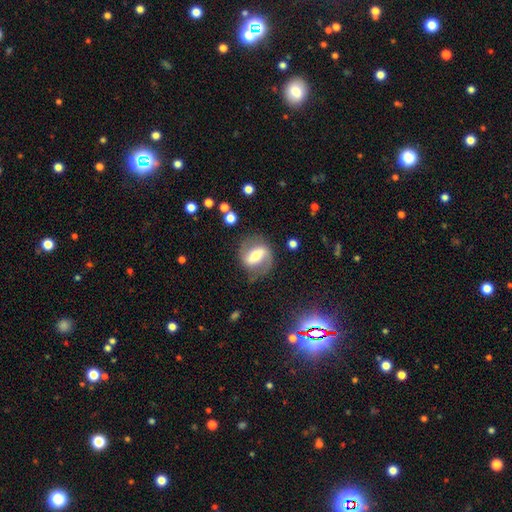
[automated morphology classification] smooth_or_featured: featured or disk (p=0.72) [alt: smooth p=0.22]
disk_edge_on: no (p=0.94) [alt: yes p=0.06]
bar: strong (p=0.53) [alt: weak p=0.31]
has_spiral_arms: yes (p=0.83) [alt: no p=0.17]
spiral_winding: medium (p=0.44) [alt: loose p=0.36]
spiral_arm_count: 2 (p=0.86) [alt: can't tell p=0.06]
bulge_size: moderate (p=0.60) [alt: small p=0.26]
merging: none (p=0.74) [alt: minor disturbance p=0.15]